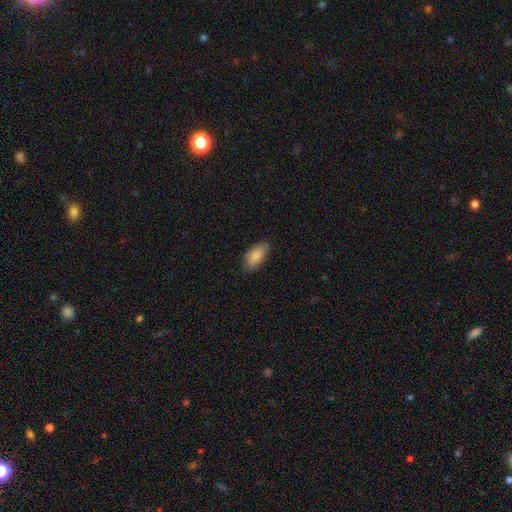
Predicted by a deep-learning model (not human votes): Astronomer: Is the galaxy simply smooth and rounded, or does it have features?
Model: smooth — 86%.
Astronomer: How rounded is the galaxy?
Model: in between — 91%.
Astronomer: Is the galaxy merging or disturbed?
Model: none — 77%.